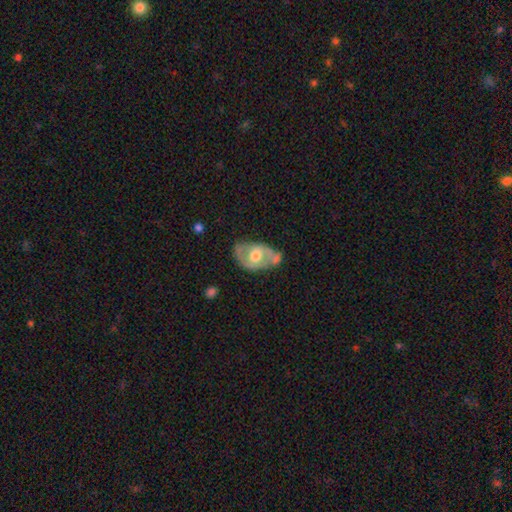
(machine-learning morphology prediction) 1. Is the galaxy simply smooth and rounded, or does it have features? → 63% featured or disk, 32% smooth, 6% star or artifact.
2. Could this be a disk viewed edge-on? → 93% no, 7% yes.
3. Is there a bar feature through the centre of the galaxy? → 62% no, 30% weak, 8% strong.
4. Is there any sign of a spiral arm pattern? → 52% yes, 48% no.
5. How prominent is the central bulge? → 72% moderate, 15% large, 11% small, 1% none, 1% dominant.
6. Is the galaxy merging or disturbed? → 48% none, 28% minor disturbance, 13% merger, 11% major disturbance.